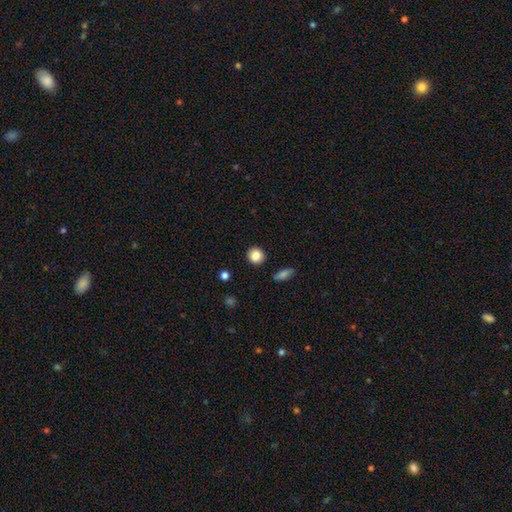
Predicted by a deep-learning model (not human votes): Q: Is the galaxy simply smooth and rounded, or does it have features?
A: smooth — 86%.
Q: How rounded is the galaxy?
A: round — 89%.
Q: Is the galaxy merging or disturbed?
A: none — 90%.